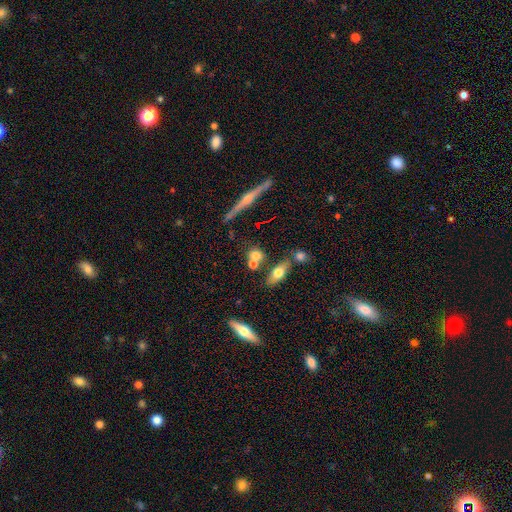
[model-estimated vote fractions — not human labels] Overall: smooth (65%). How rounded: round (48%; in between 41%). Merging: none (55%; merger 28%).